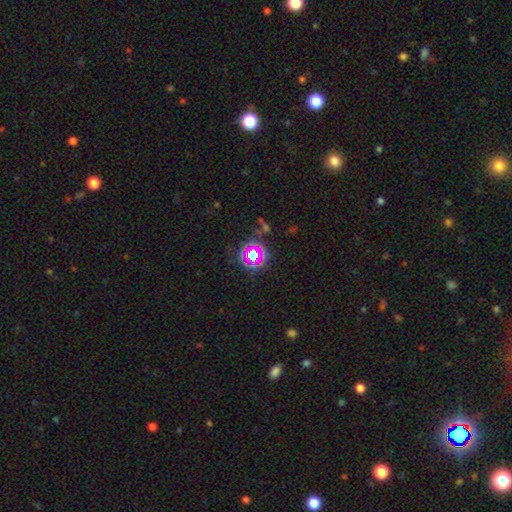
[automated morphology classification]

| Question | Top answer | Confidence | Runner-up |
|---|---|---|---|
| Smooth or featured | star or artifact | 62% | smooth (25%) |